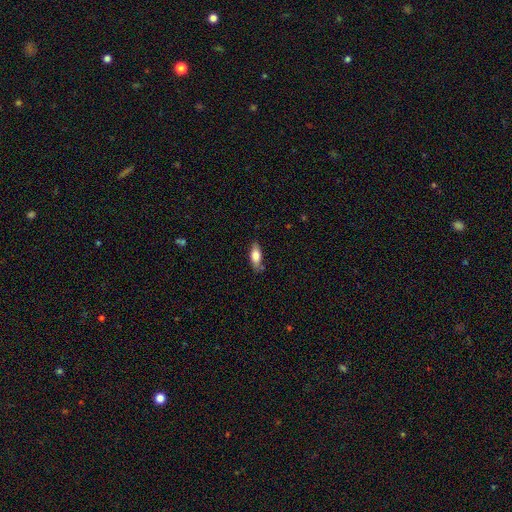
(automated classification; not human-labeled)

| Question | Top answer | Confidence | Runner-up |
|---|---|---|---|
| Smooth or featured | smooth | 75% | featured or disk (18%) |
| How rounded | in between | 74% | cigar-shaped (23%) |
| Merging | none | 73% | minor disturbance (20%) |